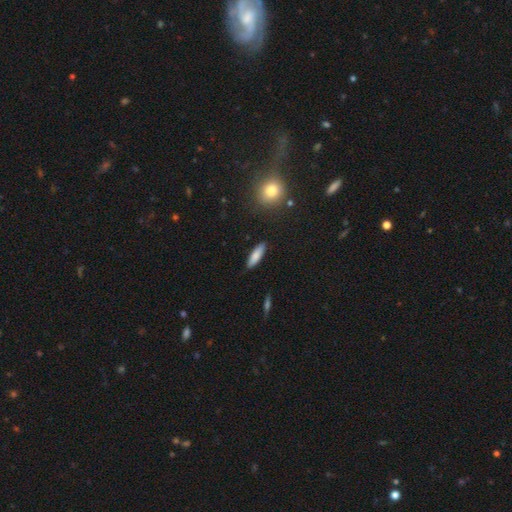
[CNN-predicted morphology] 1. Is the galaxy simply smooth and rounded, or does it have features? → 82% smooth, 12% featured or disk, 7% star or artifact.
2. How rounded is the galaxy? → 61% cigar-shaped, 37% in between, 2% round.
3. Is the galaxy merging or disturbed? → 88% none, 9% minor disturbance, 2% major disturbance, 1% merger.